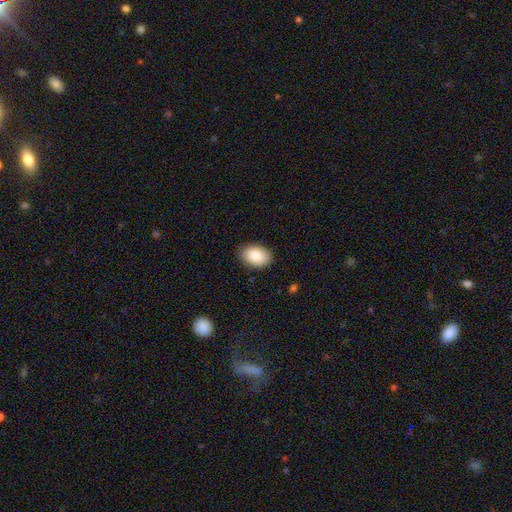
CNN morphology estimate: smooth 87%, featured or disk 7%, star or artifact 6%. Down the decision tree: how rounded — in between (87%); merging — none (85%).